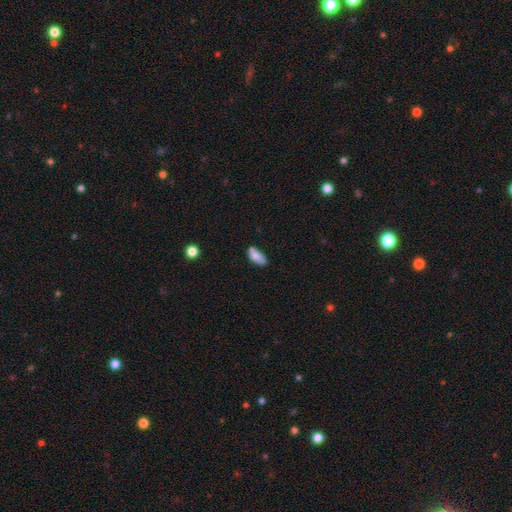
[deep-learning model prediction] The model was most divided on "merging": none: 57%, minor disturbance: 26%, merger: 11%, major disturbance: 6%. More confident: how rounded — in between (84%); smooth or featured — smooth (79%).